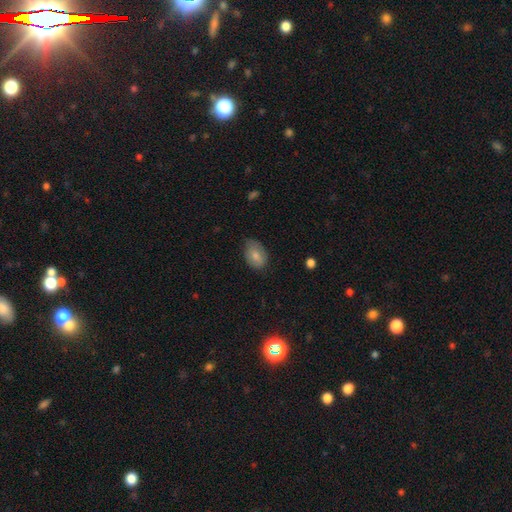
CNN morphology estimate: smooth_or_featured: smooth (p=0.79) [alt: featured or disk p=0.14]
how_rounded: in between (p=0.82) [alt: round p=0.17]
merging: none (p=0.65) [alt: minor disturbance p=0.28]